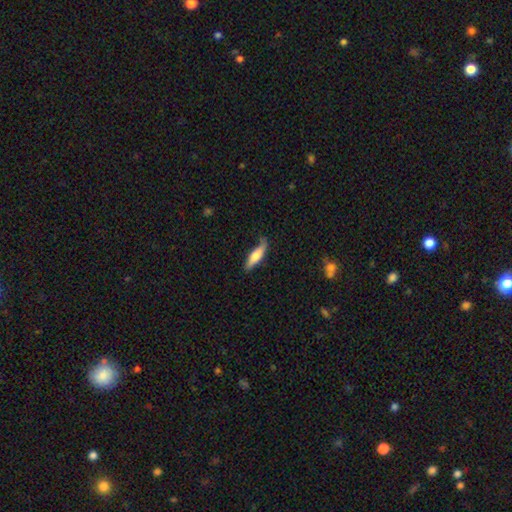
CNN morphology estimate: A smooth galaxy with no disk features (67%) that is cigar-shaped (68%). Merging: none (63%).